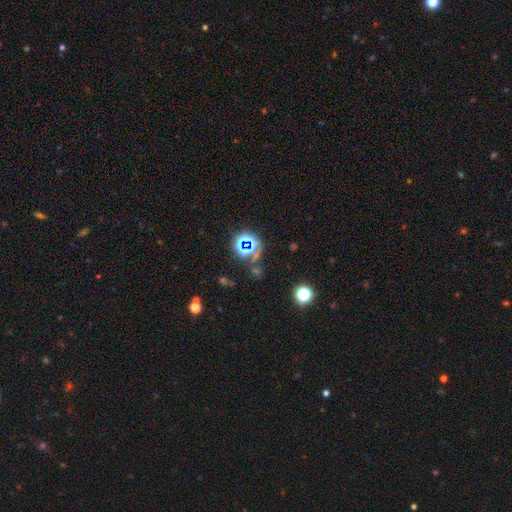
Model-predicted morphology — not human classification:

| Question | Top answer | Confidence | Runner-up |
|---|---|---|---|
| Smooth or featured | star or artifact | 72% | smooth (18%) |